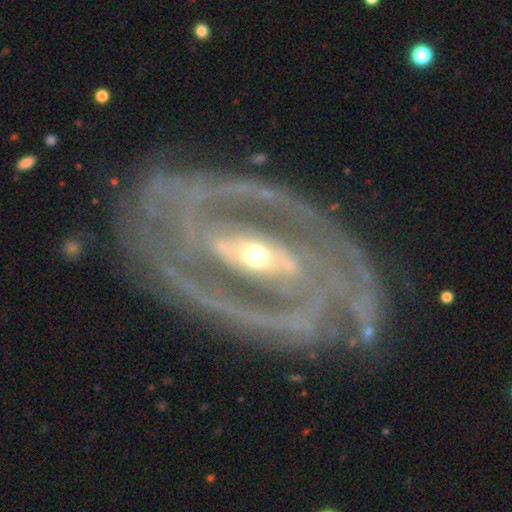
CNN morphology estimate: featured or disk 91%, smooth 4%, star or artifact 4%. Down the decision tree: edge-on disk — no (95%); bar — strong (54%); spiral arms — yes (92%); spiral arm count — 2 (63%); spiral winding — tight (51%); bulge size — small (48%); merging — none (67%).